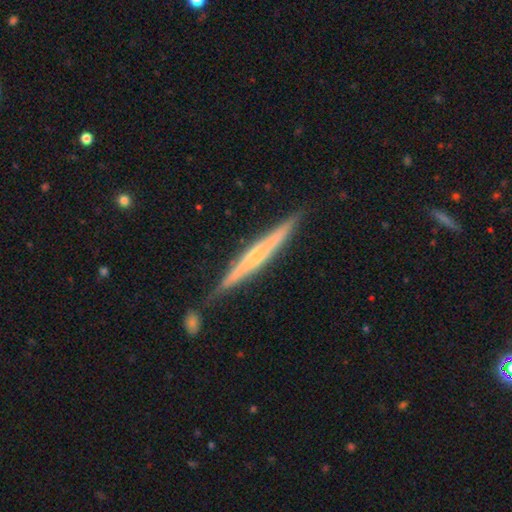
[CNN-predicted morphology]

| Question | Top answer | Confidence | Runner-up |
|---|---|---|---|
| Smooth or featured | featured or disk | 69% | smooth (24%) |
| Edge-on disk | yes | 97% | no (3%) |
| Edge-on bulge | rounded | 47% | none (41%) |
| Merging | none | 82% | minor disturbance (11%) |